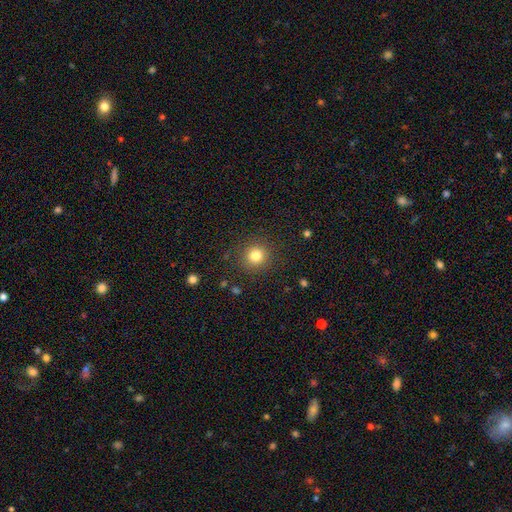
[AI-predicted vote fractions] The model was most divided on "smooth or featured": smooth: 81%, star or artifact: 12%, featured or disk: 6%. More confident: how rounded — round (93%); merging — none (89%).